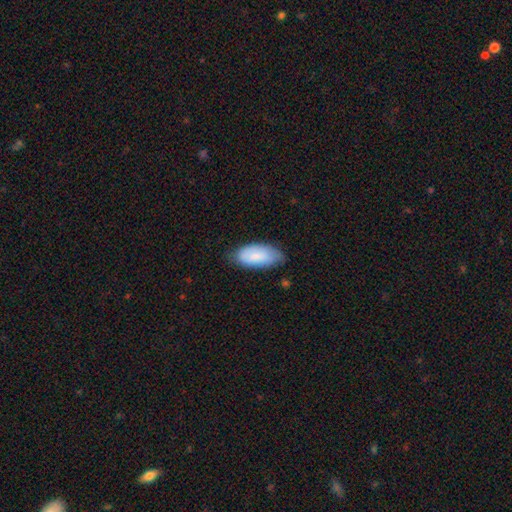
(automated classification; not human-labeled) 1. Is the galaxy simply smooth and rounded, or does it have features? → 79% smooth, 15% featured or disk, 6% star or artifact.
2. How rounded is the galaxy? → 92% in between, 7% cigar-shaped, 2% round.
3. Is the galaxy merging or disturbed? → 65% none, 29% minor disturbance, 5% major disturbance, 1% merger.